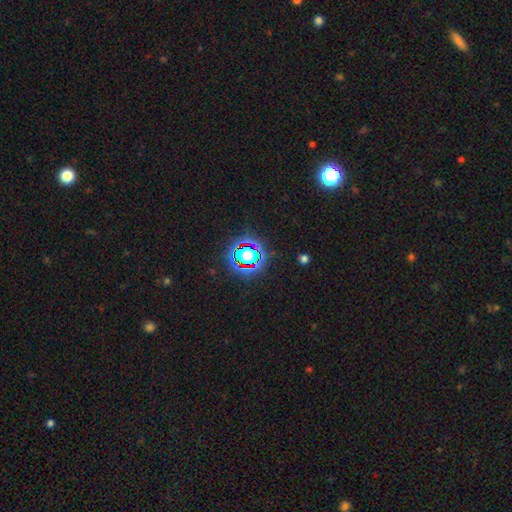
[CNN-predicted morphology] Smooth or featured: star or artifact — 78% (smooth — 14%)